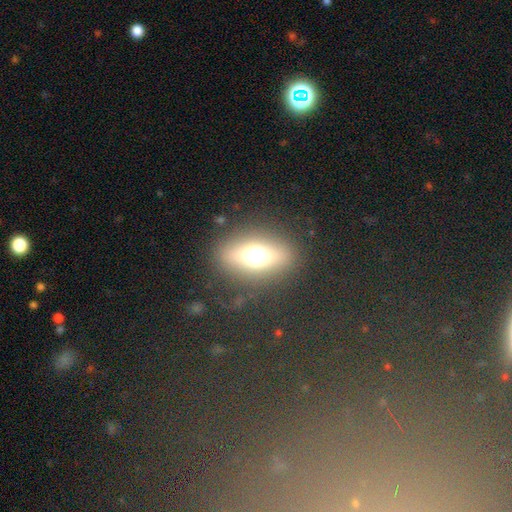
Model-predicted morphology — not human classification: Smooth or featured?
  - smooth: 51% *
  - featured or disk: 32%
  - star or artifact: 18%
How rounded?
  - in between: 64% *
  - round: 27%
  - cigar-shaped: 9%
Merging?
  - none: 81% *
  - minor disturbance: 10%
  - major disturbance: 7%
  - merger: 2%